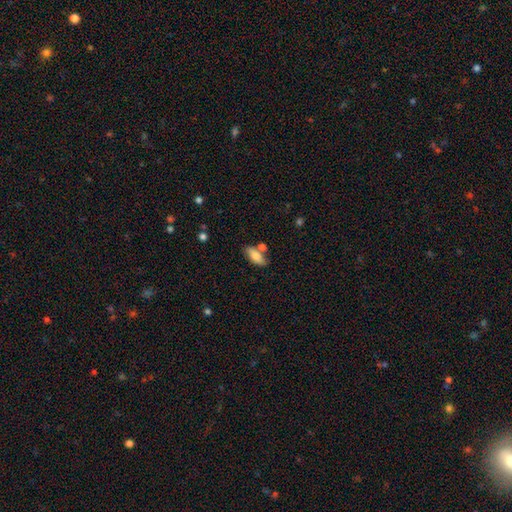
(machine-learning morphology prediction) A smooth galaxy with no disk features (80%) that is in between round and cigar-shaped (78%).

Vote fractions:
- Smooth or featured? smooth: 80% / featured or disk: 13% / star or artifact: 7%
- How rounded? in between: 78% / cigar-shaped: 19% / round: 3%
- Merging? none: 64% / merger: 16% / minor disturbance: 16% / major disturbance: 4%